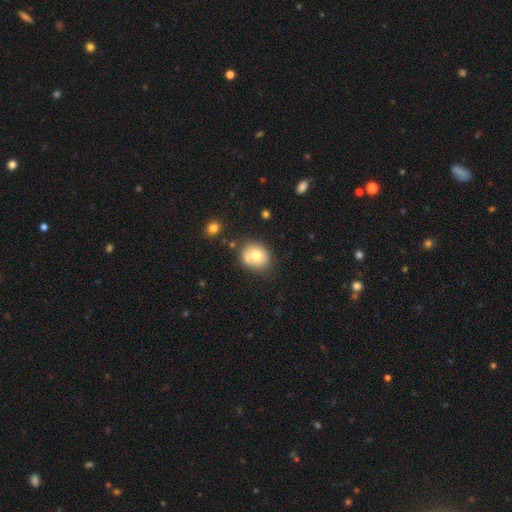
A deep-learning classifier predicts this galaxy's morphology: This appears to be a smooth galaxy with no disk features (74%) that is round (60%). Merging: none (60%).